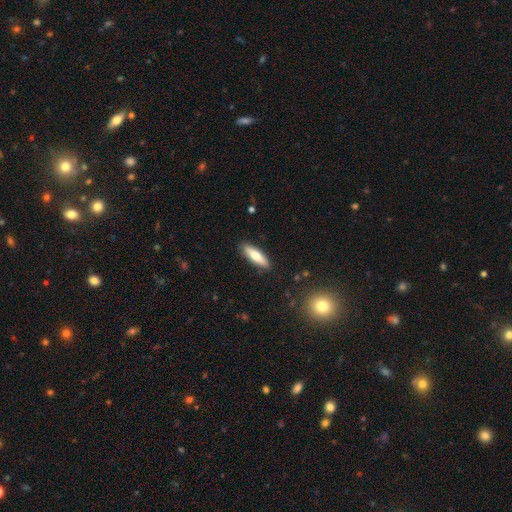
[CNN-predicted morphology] Smooth or featured: smooth — 70% (featured or disk — 24%)
How rounded: cigar-shaped — 63% (in between — 36%)
Merging: none — 89% (minor disturbance — 9%)